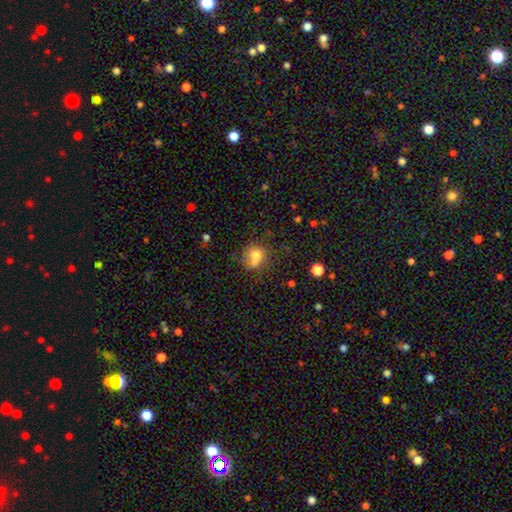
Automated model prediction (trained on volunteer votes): A smooth galaxy with no disk features (71%) that is round (80%). Merging: none (43%).